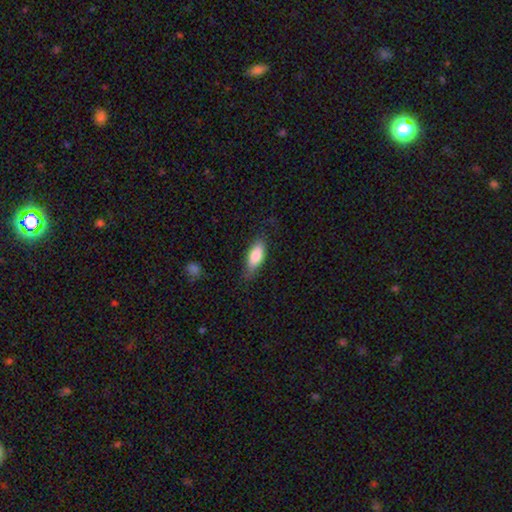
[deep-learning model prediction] Morphology: type=smooth (79%); roundness=in between (76%); merging=none (74%).